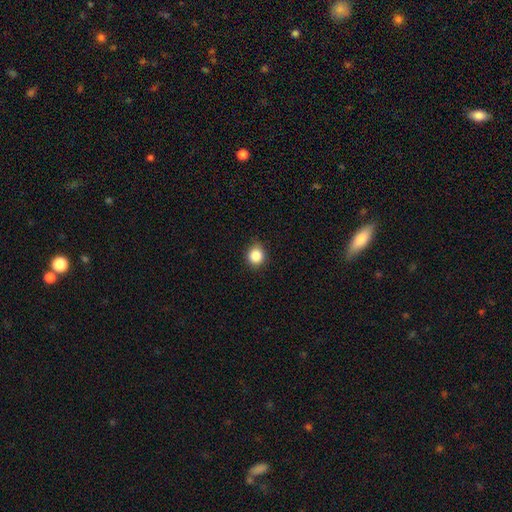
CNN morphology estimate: Smooth or featured?
  - smooth: 86% *
  - star or artifact: 10%
  - featured or disk: 4%
How rounded?
  - round: 85% *
  - in between: 14%
  - cigar-shaped: 1%
Merging?
  - none: 85% *
  - minor disturbance: 12%
  - major disturbance: 2%
  - merger: 1%